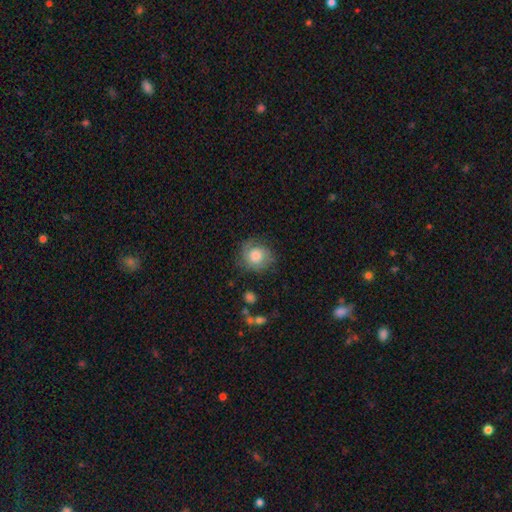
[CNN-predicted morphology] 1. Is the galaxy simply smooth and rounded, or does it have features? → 58% smooth, 33% featured or disk, 8% star or artifact.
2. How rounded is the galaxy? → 81% round, 18% in between, 1% cigar-shaped.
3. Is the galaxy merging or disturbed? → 70% none, 20% minor disturbance, 8% major disturbance, 2% merger.